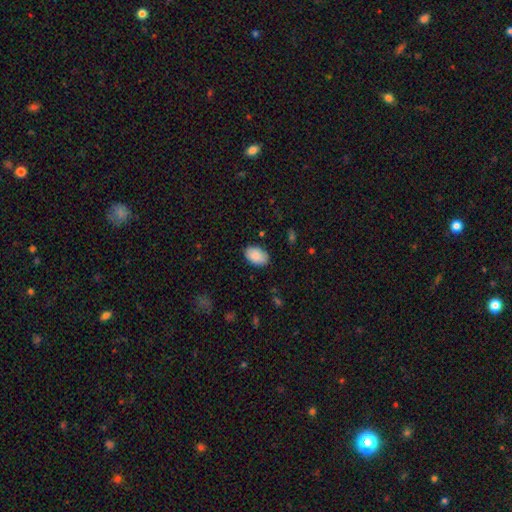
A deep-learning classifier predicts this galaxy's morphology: Smooth or featured?
  - smooth: 89% *
  - star or artifact: 6%
  - featured or disk: 5%
How rounded?
  - in between: 91% *
  - round: 8%
  - cigar-shaped: 1%
Merging?
  - none: 85% *
  - minor disturbance: 12%
  - major disturbance: 2%
  - merger: 1%